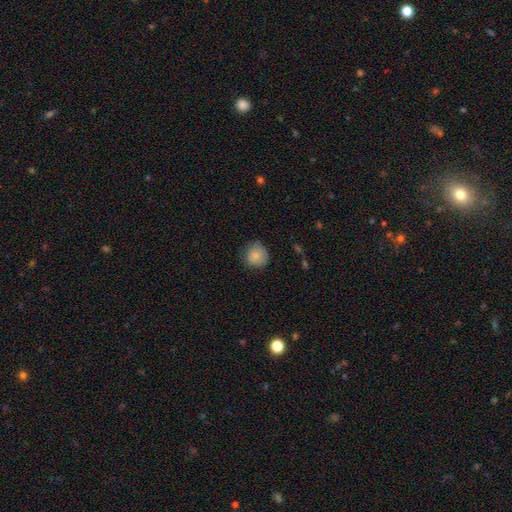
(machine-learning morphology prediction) The model was most divided on "merging": none: 75%, minor disturbance: 20%, major disturbance: 4%, merger: 1%. More confident: how rounded — round (90%); smooth or featured — smooth (84%).